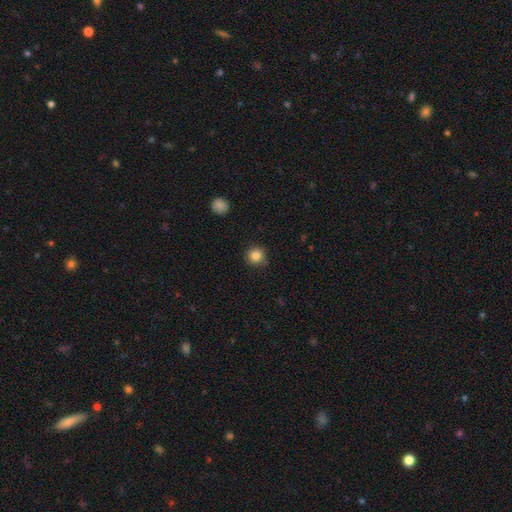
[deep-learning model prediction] A smooth galaxy with no disk features (84%) that is round (94%). Merging: none (87%).